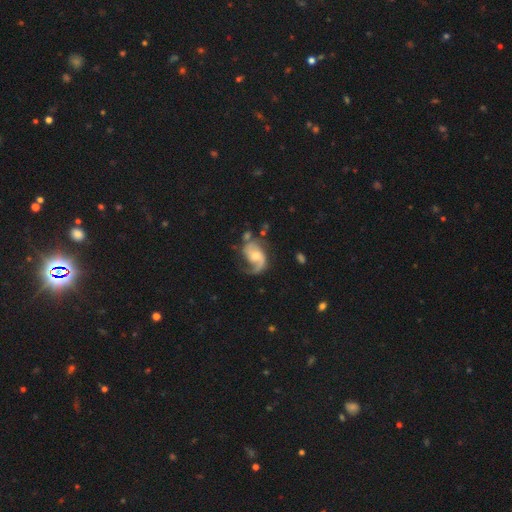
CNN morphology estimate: smooth-or-featured: featured or disk: 82% | smooth: 13% | star or artifact: 5%
  disk-edge-on: no: 97% | yes: 3%
    bar: no: 58% | weak: 33% | strong: 9%
    has-spiral-arms: yes: 94% | no: 6%
      spiral-winding: loose: 46% | medium: 38% | tight: 15%
      spiral-arm-count: 2: 54% | 1: 39% | can't tell: 4% | 3: 1% | 4: 1% | more than 4: 1%
    bulge-size: moderate: 66% | small: 26% | large: 6% | none: 1% | dominant: 1%
  merging: none: 47% | major disturbance: 24% | minor disturbance: 23% | merger: 5%